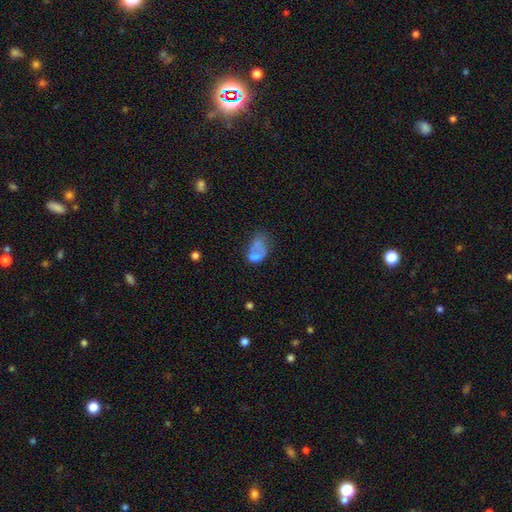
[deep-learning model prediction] Smooth or featured: smooth — 56% (featured or disk — 31%)
How rounded: in between — 80% (round — 19%)
Merging: merger — 33% (major disturbance — 28%)